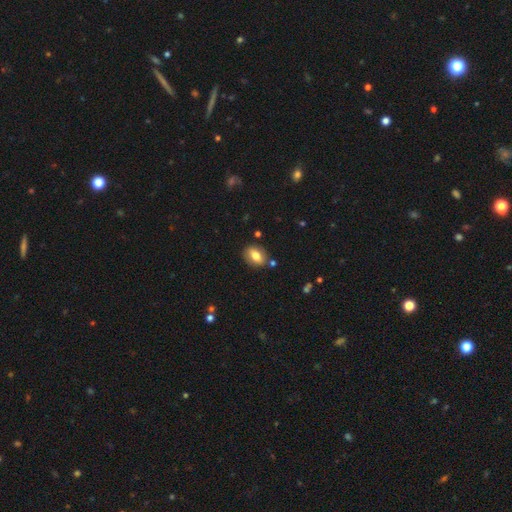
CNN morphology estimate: This appears to be a smooth galaxy with no disk features (77%) that is in between round and cigar-shaped (75%). Merging: none (81%).